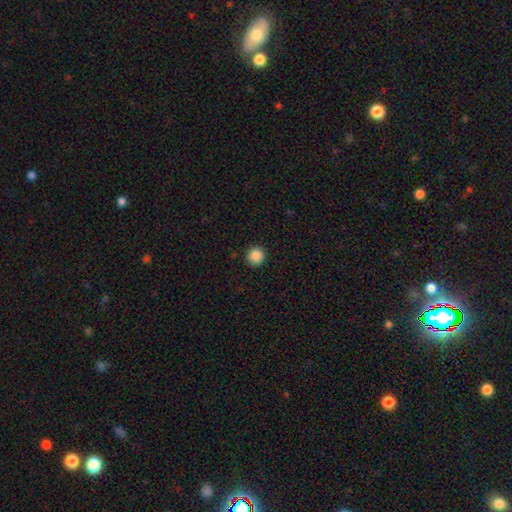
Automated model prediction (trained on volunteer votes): A smooth galaxy with no disk features (88%) that is round (93%). Merging: none (92%).